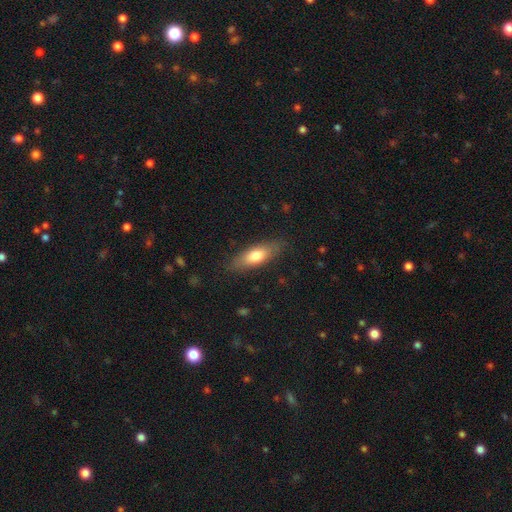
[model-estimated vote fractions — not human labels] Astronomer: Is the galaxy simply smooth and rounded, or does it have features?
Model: smooth — 72%.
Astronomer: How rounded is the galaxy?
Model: in between — 66%.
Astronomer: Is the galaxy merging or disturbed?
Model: none — 82%.